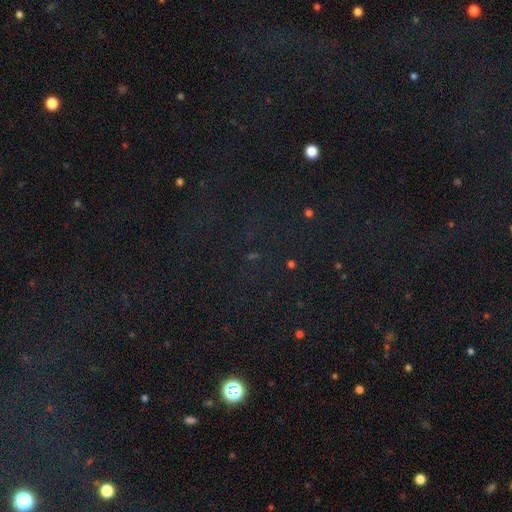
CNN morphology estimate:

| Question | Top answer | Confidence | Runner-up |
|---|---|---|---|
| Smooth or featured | star or artifact | 73% | smooth (18%) |